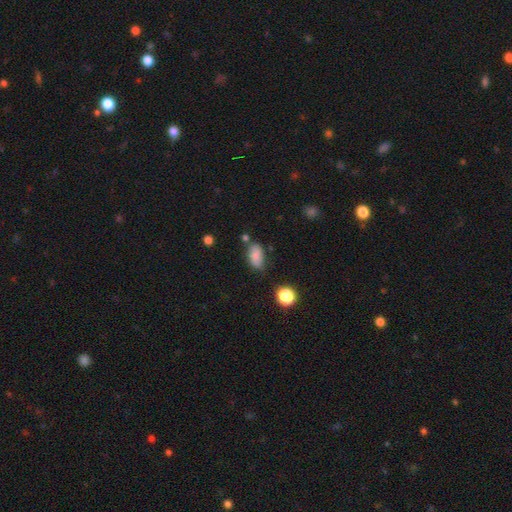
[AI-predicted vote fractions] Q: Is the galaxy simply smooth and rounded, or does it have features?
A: smooth — 76%.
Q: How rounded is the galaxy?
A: in between — 90%.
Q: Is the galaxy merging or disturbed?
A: none — 61%.